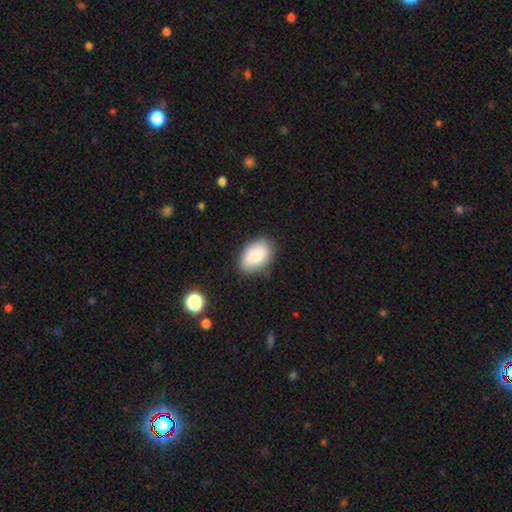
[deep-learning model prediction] smooth 81%, featured or disk 12%, star or artifact 7%. Down the decision tree: how rounded — in between (87%); merging — none (80%).